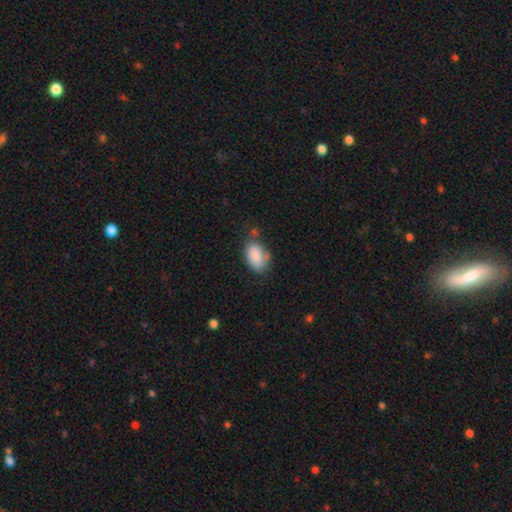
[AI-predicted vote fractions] Smooth or featured? smooth (85%)
How rounded? in between (92%)
Merging? none (57%)